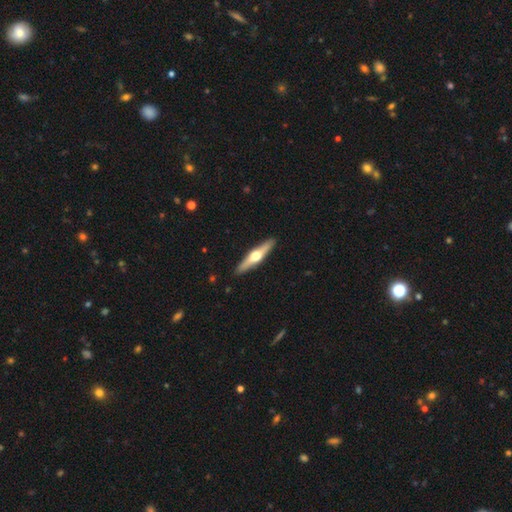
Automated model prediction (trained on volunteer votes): Q: Smooth or featured?
A: featured or disk (67%); runner-up: smooth (29%)
Q: Edge-on disk?
A: yes (96%); runner-up: no (4%)
Q: Edge-on bulge?
A: rounded (95%); runner-up: boxy (2%)
Q: Merging?
A: none (92%); runner-up: minor disturbance (6%)